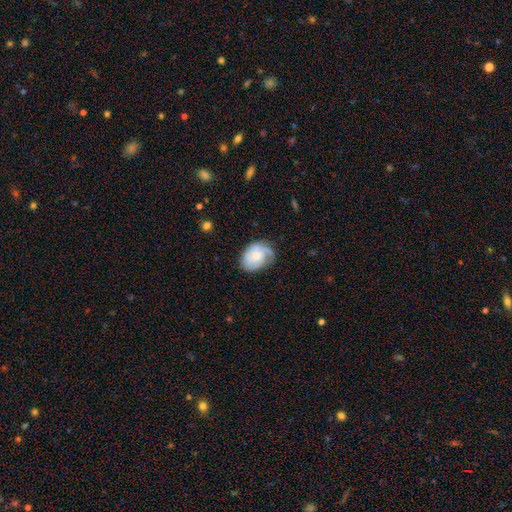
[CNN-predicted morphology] smooth-or-featured: featured or disk: 59% | smooth: 34% | star or artifact: 7%
  disk-edge-on: no: 98% | yes: 2%
    bar: no: 73% | weak: 24% | strong: 3%
    has-spiral-arms: yes: 90% | no: 10%
      spiral-winding: tight: 49% | medium: 37% | loose: 15%
      spiral-arm-count: 2: 32% | can't tell: 26% | 3: 19% | 1: 15% | 4: 4% | more than 4: 3%
    bulge-size: small: 41% | moderate: 31% | none: 18% | large: 8% | dominant: 2%
  merging: none: 61% | minor disturbance: 26% | major disturbance: 11% | merger: 2%